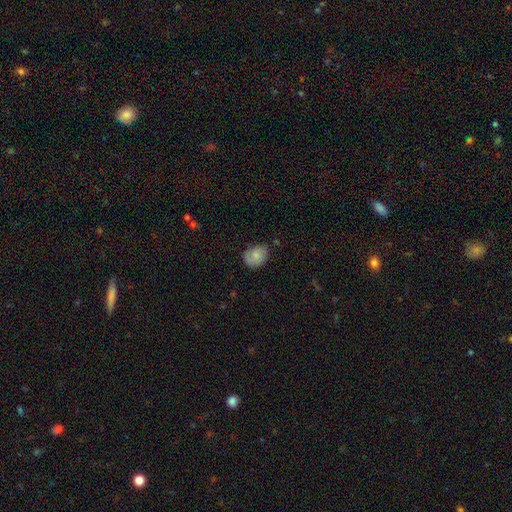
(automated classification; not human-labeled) smooth 82%, featured or disk 10%, star or artifact 8%. Down the decision tree: how rounded — in between (60%); merging — none (64%).